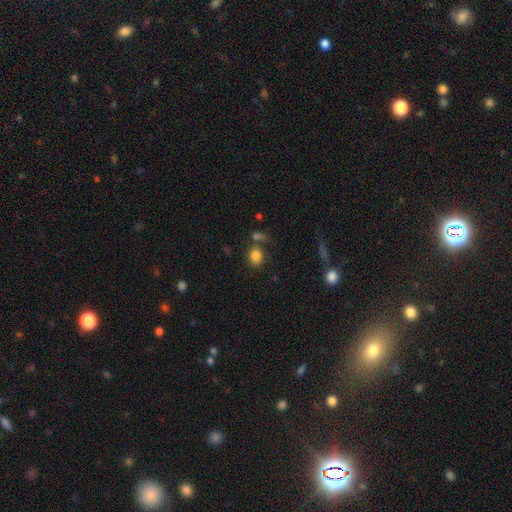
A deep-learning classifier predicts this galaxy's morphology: smooth 83%, star or artifact 11%, featured or disk 6%. Down the decision tree: how rounded — round (64%); merging — none (67%).